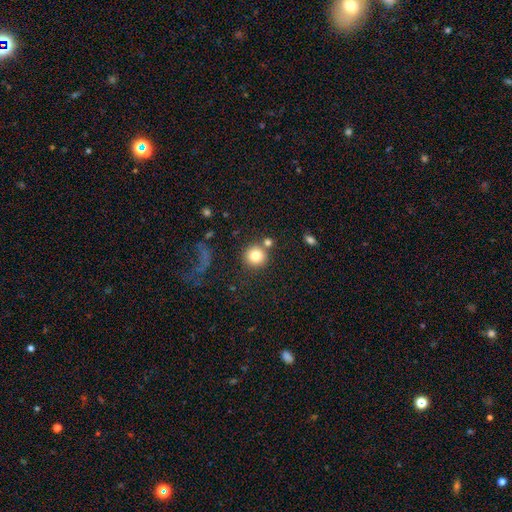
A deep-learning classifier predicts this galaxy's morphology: Smooth or featured? Predicted: smooth (p=0.80). How rounded? Predicted: round (p=0.93). Merging? Predicted: none (p=0.74).